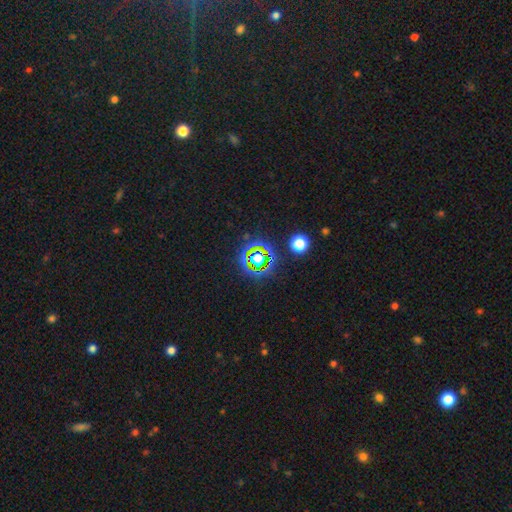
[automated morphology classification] A star or artifact, not a galaxy (67%).